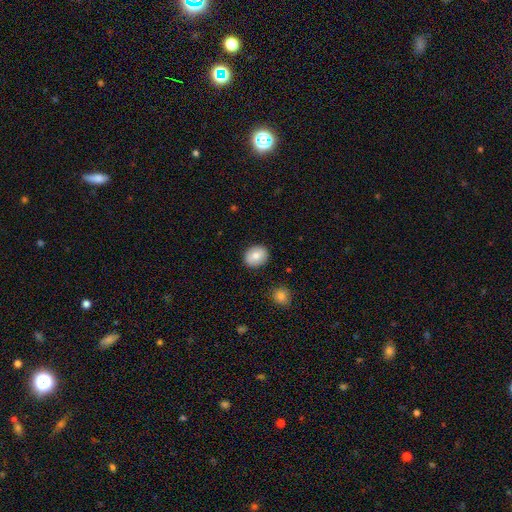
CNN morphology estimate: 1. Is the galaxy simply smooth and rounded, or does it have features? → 80% smooth, 12% featured or disk, 8% star or artifact.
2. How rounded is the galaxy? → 61% round, 38% in between, 1% cigar-shaped.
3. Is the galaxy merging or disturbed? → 88% none, 8% minor disturbance, 2% major disturbance, 2% merger.